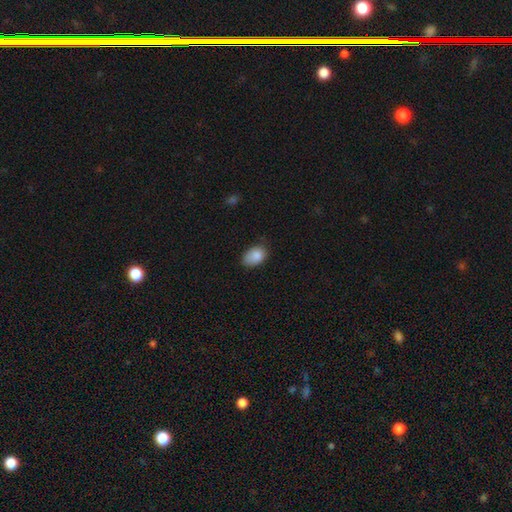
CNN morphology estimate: smooth 86%, star or artifact 8%, featured or disk 6%. Down the decision tree: how rounded — in between (84%); merging — none (63%).